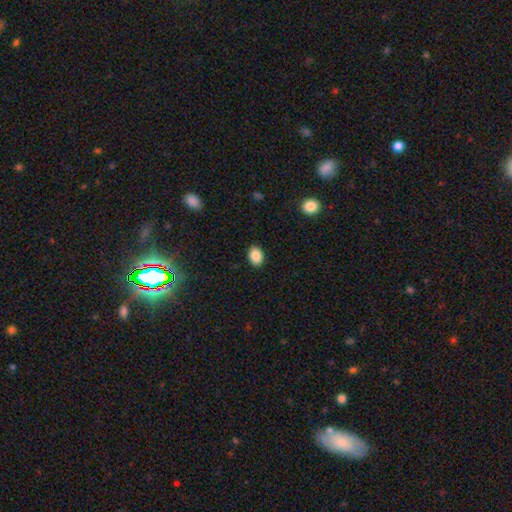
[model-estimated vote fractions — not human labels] smooth 87%, star or artifact 8%, featured or disk 4%. Down the decision tree: how rounded — in between (76%); merging — none (89%).